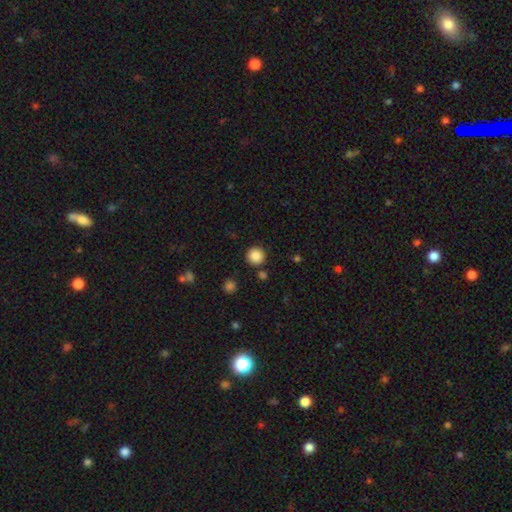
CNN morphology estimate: smooth-or-featured: smooth: 86% | star or artifact: 10% | featured or disk: 4%
  how-rounded: round: 95% | in between: 4% | cigar-shaped: 1%
  merging: none: 89% | minor disturbance: 6% | merger: 3% | major disturbance: 2%